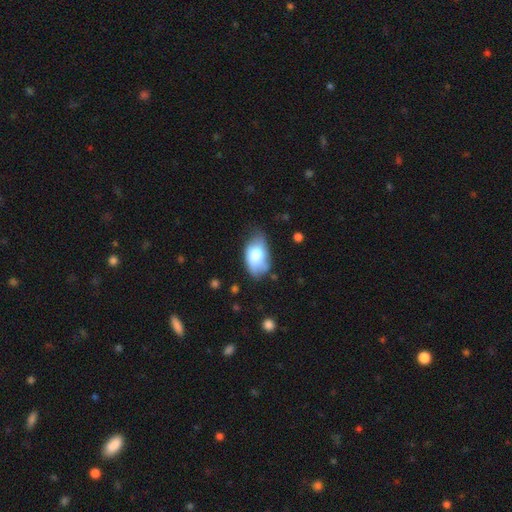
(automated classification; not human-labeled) Smooth or featured: smooth — 74% (featured or disk — 20%)
How rounded: in between — 92% (round — 6%)
Merging: none — 47% (minor disturbance — 37%)